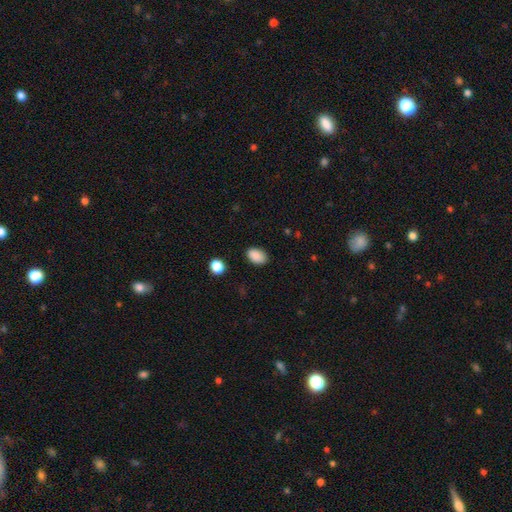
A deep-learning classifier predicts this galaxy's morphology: This appears to be a smooth galaxy with no disk features (89%) that is in between round and cigar-shaped (87%). Merging: none (85%).